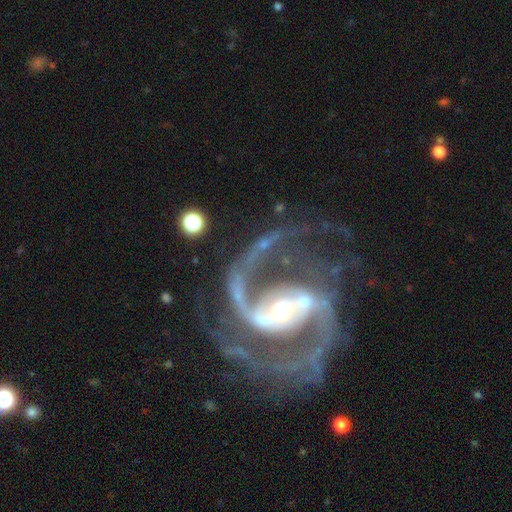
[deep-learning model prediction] Smooth or featured? featured or disk (93%)
Edge-on disk? no (98%)
Bar? strong (42%)
Spiral arms? yes (98%)
Spiral winding? medium (65%)
Spiral arm count? 2 (90%)
Bulge size? small (48%)
Merging? none (60%)